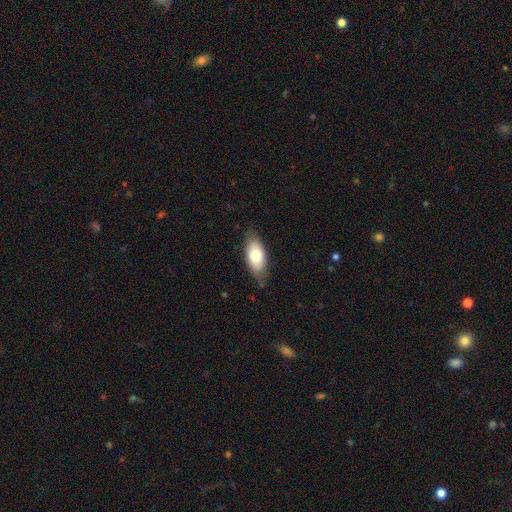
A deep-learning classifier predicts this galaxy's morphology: smooth_or_featured: smooth (p=0.73) [alt: featured or disk p=0.21]
how_rounded: in between (p=0.88) [alt: cigar-shaped p=0.10]
merging: none (p=0.76) [alt: minor disturbance p=0.19]